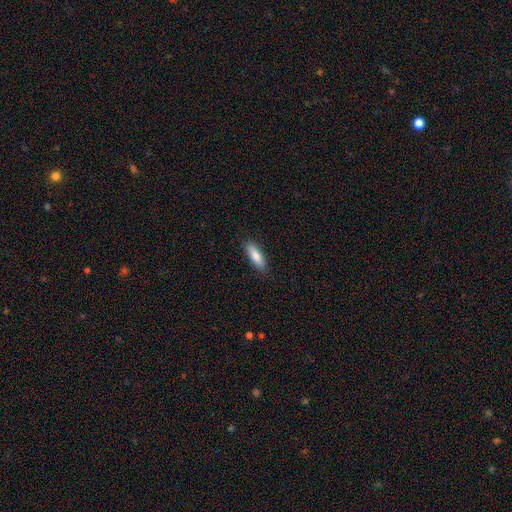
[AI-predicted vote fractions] Overall: smooth (83%). How rounded: cigar-shaped (50%; in between 49%). Merging: none (87%).